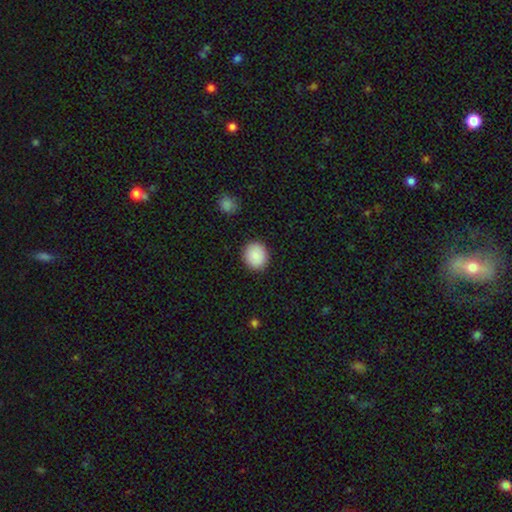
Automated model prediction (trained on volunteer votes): Smooth or featured? smooth (87%)
How rounded? round (80%)
Merging? none (90%)